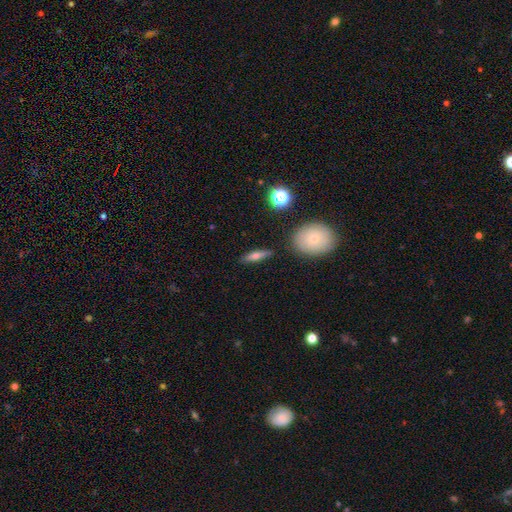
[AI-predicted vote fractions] smooth_or_featured: smooth (p=0.52) [alt: featured or disk p=0.38]
how_rounded: cigar-shaped (p=0.59) [alt: in between p=0.34]
merging: none (p=0.85) [alt: minor disturbance p=0.10]